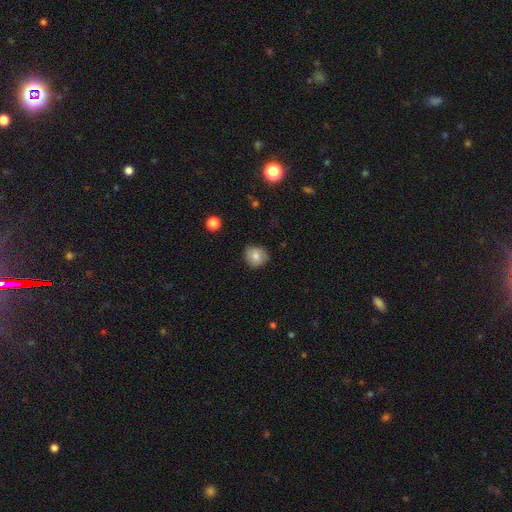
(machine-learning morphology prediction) Smooth or featured: smooth — 79% (featured or disk — 12%)
How rounded: round — 86% (in between — 13%)
Merging: none — 83% (minor disturbance — 13%)